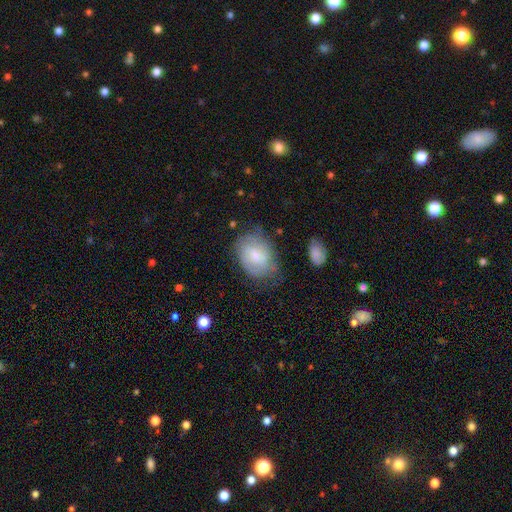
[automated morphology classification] smooth-or-featured: smooth: 56% | featured or disk: 37% | star or artifact: 7%
  how-rounded: in between: 74% | round: 25% | cigar-shaped: 1%
  merging: none: 56% | minor disturbance: 29% | major disturbance: 12% | merger: 3%